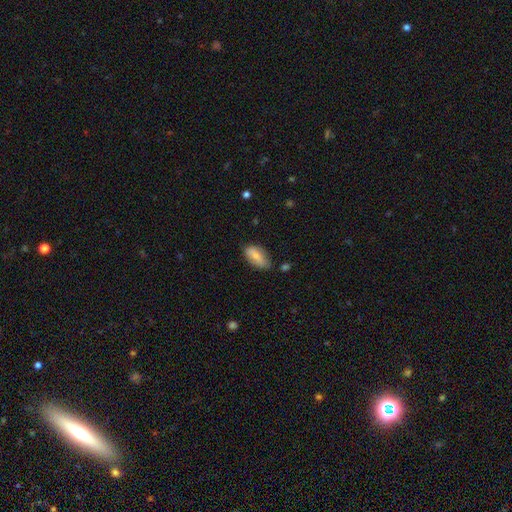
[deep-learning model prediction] Smooth or featured? smooth (74%)
How rounded? in between (88%)
Merging? none (67%)